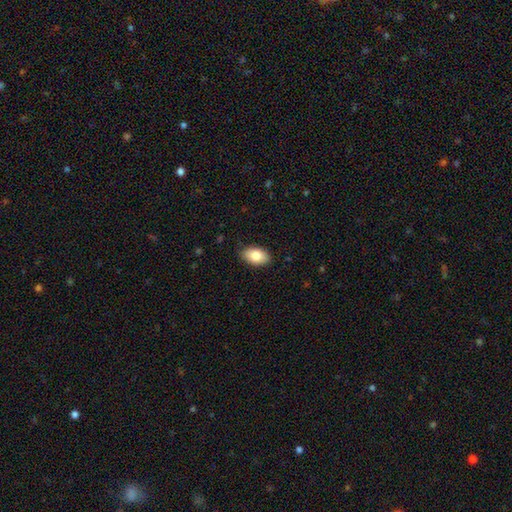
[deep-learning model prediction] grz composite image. It shows a smooth galaxy with no disk features (82%) that is in between round and cigar-shaped (92%). Merging: none (88%).